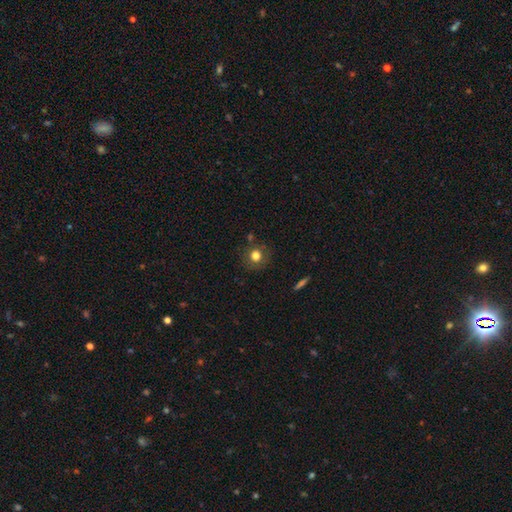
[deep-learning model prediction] smooth 74%, featured or disk 14%, star or artifact 12%. Down the decision tree: how rounded — round (88%); merging — none (79%).